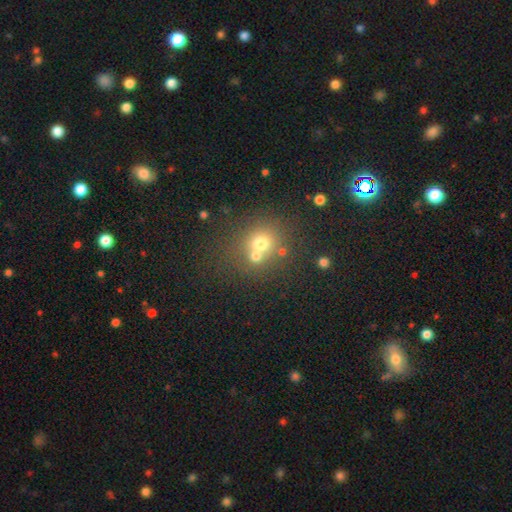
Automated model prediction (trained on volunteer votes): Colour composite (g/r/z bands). It shows a smooth galaxy with no disk features (66%) that is round (81%). Merging: none (45%).